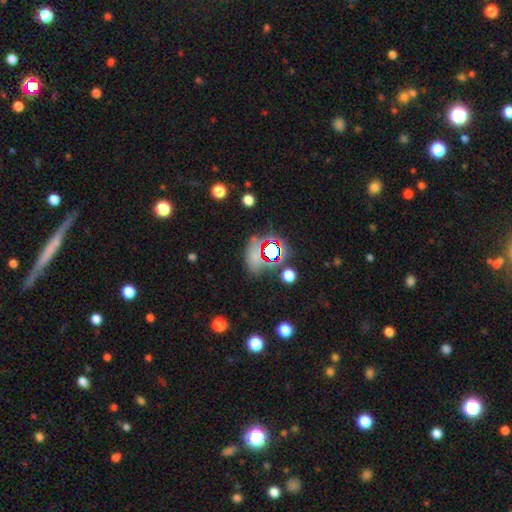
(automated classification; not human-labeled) The model was most divided on "smooth or featured": star or artifact: 46%, smooth: 43%, featured or disk: 11%.